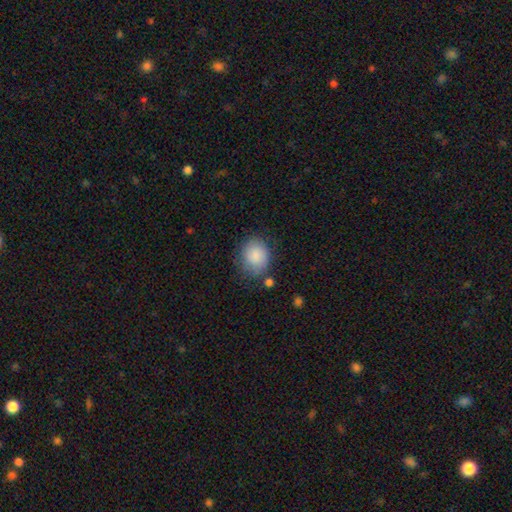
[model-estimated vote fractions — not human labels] This is clearly a smooth galaxy (85%). How rounded: possibly round (59%). Merging: likely none (72%).